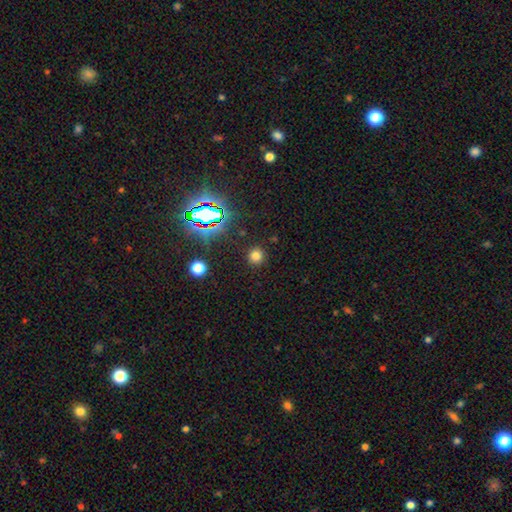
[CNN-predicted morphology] Smooth or featured? Predicted: smooth (p=0.72). How rounded? Predicted: round (p=0.93). Merging? Predicted: none (p=0.89).